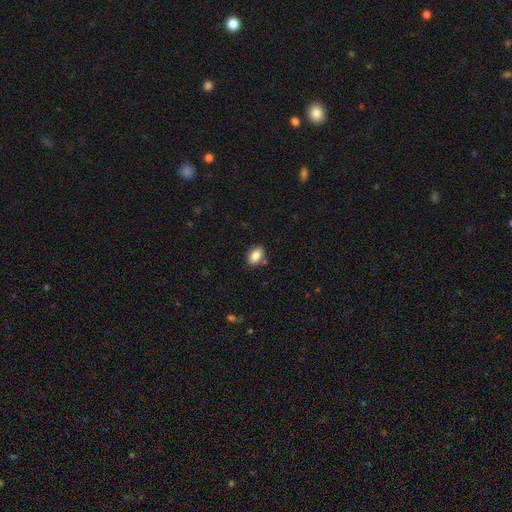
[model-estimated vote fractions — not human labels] The model was most divided on "merging": none: 79%, minor disturbance: 13%, merger: 5%, major disturbance: 3%. More confident: how rounded — in between (86%); smooth or featured — smooth (85%).